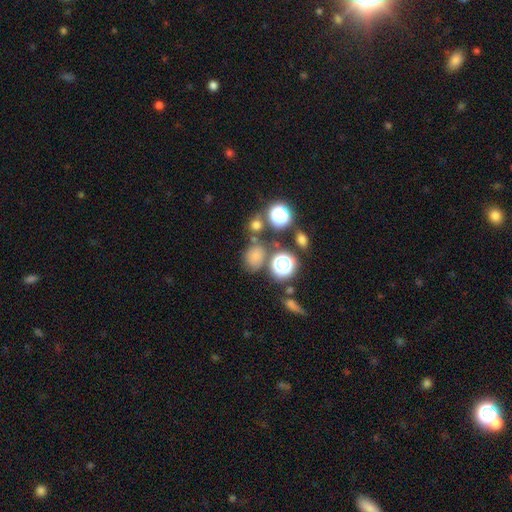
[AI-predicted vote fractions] Smooth or featured: smooth — 68% (star or artifact — 23%)
How rounded: in between — 50% (round — 48%)
Merging: none — 64% (minor disturbance — 15%)